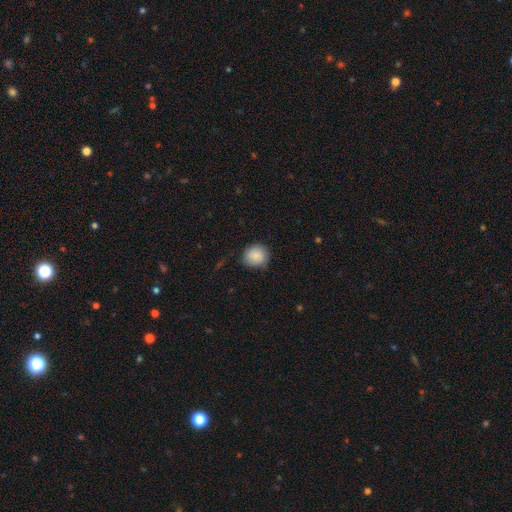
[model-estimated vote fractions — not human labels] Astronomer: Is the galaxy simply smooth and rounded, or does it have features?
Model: smooth — 86%.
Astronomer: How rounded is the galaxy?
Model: round — 82%.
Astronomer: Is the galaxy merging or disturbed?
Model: none — 78%.